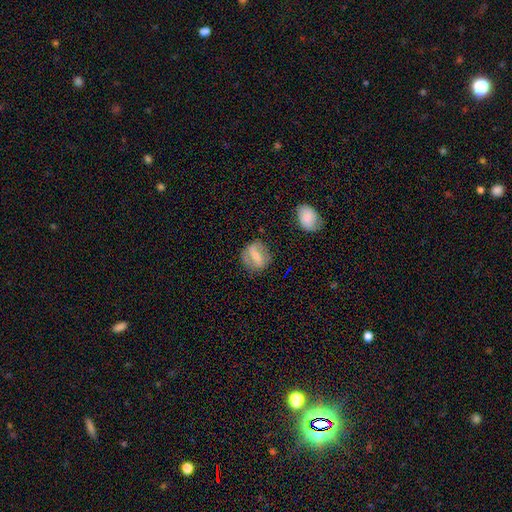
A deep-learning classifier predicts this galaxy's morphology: type=featured or disk (53%); edge-on=no (94%); bar=strong (53%); spiral arms=yes (66%); bulge=small (46%); merging=none (75%).